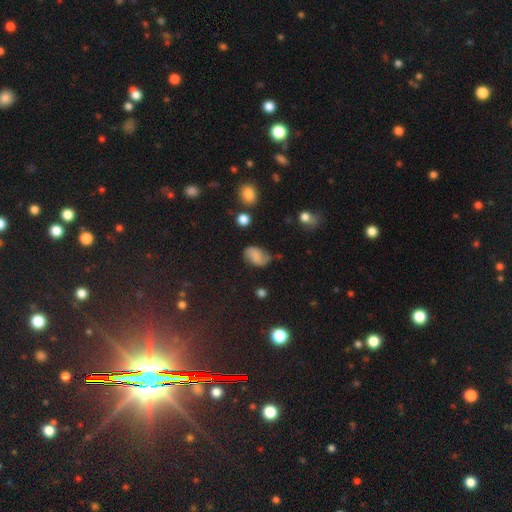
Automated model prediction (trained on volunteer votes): Smooth or featured? Predicted: smooth (p=0.63). How rounded? Predicted: in between (p=0.85). Merging? Predicted: none (p=0.59).